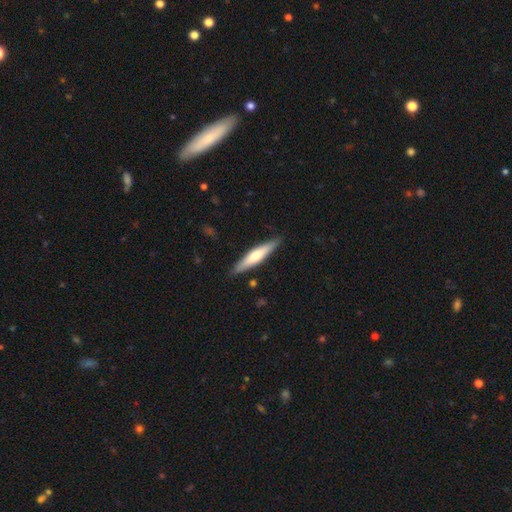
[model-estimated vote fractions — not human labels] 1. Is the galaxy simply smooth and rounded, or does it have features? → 53% smooth, 42% featured or disk, 5% star or artifact.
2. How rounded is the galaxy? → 86% cigar-shaped, 13% in between, 1% round.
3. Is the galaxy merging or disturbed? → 88% none, 9% minor disturbance, 2% major disturbance, 1% merger.